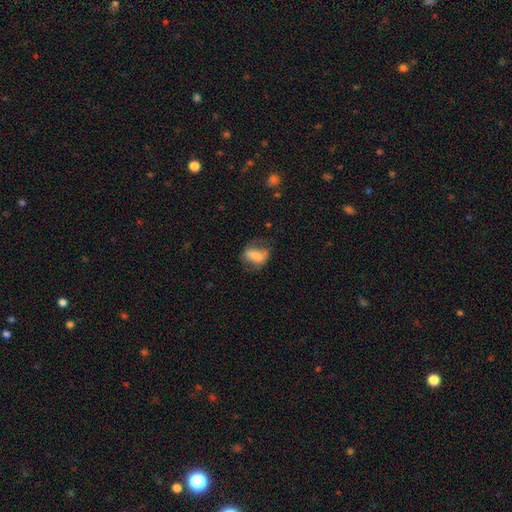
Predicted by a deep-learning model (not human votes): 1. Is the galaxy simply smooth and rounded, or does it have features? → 65% smooth, 25% featured or disk, 9% star or artifact.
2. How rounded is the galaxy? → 76% in between, 16% round, 9% cigar-shaped.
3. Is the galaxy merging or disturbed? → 48% none, 27% minor disturbance, 22% major disturbance, 3% merger.